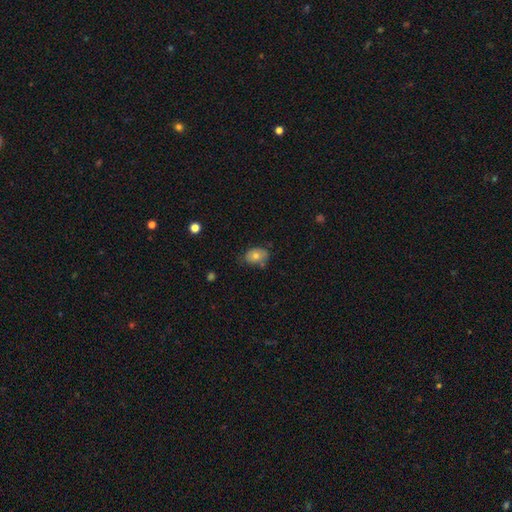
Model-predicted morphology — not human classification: The model was most divided on "merging": none: 60%, minor disturbance: 29%, major disturbance: 7%, merger: 4%. More confident: how rounded — in between (75%); smooth or featured — smooth (69%).